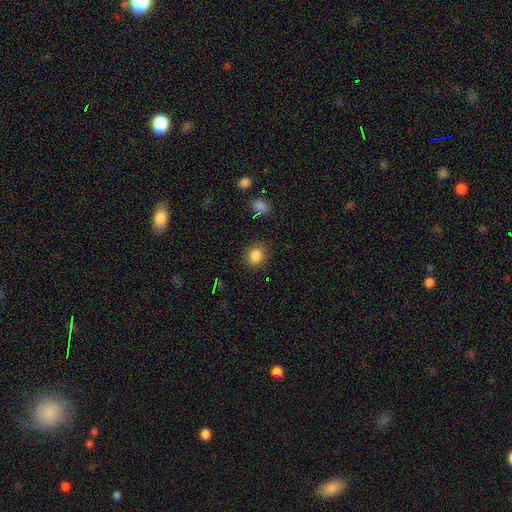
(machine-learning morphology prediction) Smooth or featured? Predicted: smooth (p=0.85). How rounded? Predicted: in between (p=0.57). Merging? Predicted: none (p=0.79).